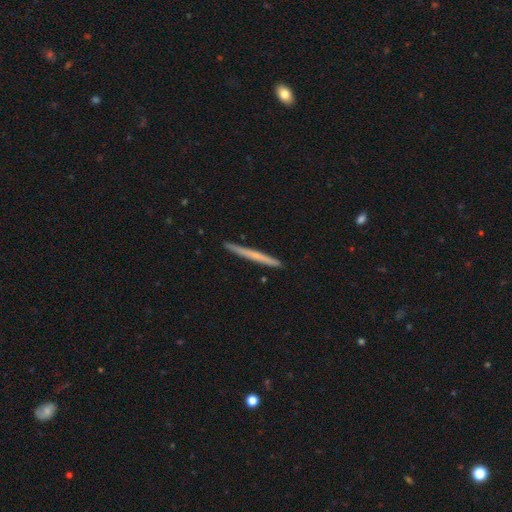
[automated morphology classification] The model was most divided on "smooth or featured": smooth: 49%, featured or disk: 45%, star or artifact: 6%. More confident: merging — none (91%).